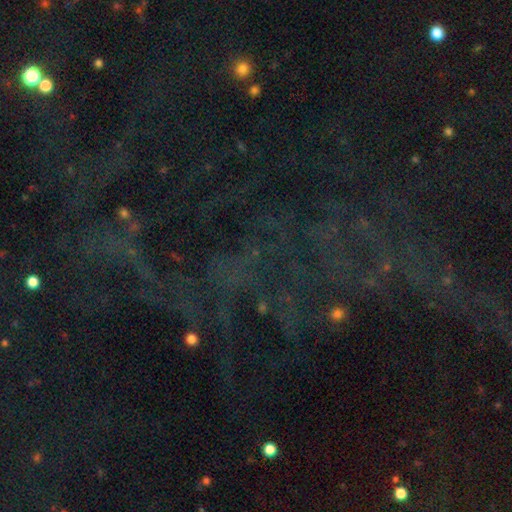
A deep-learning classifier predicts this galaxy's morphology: Smooth or featured? star or artifact (70%)